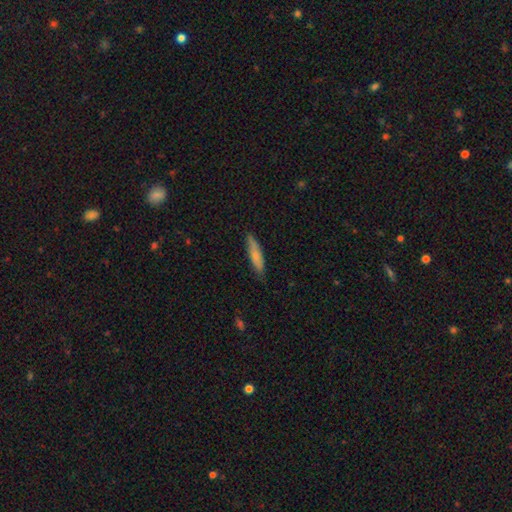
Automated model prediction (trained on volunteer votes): smooth-or-featured: smooth: 73% | featured or disk: 22% | star or artifact: 6%
  how-rounded: cigar-shaped: 76% | in between: 22% | round: 2%
  merging: none: 80% | minor disturbance: 16% | major disturbance: 2% | merger: 1%